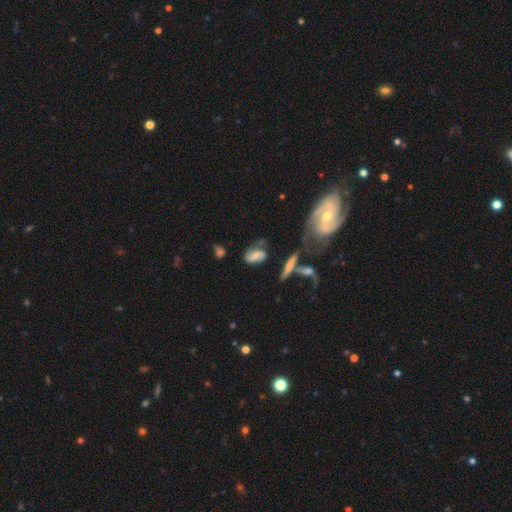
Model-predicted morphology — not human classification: Smooth or featured? Predicted: featured or disk (p=0.53). Edge-on disk? Predicted: no (p=0.92). Merging? Predicted: none (p=0.48).